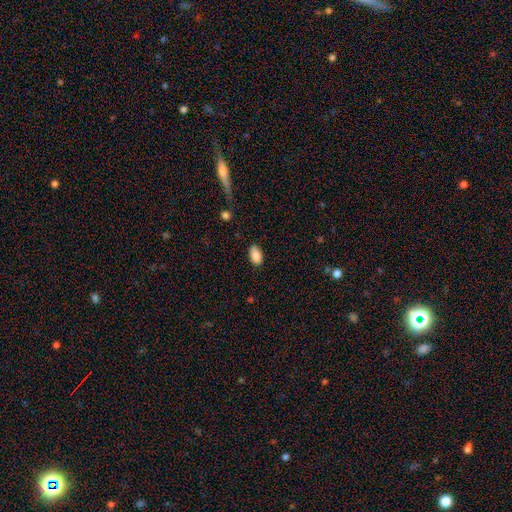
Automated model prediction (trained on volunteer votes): Overall: smooth (88%). How rounded: in between (93%). Merging: none (81%).